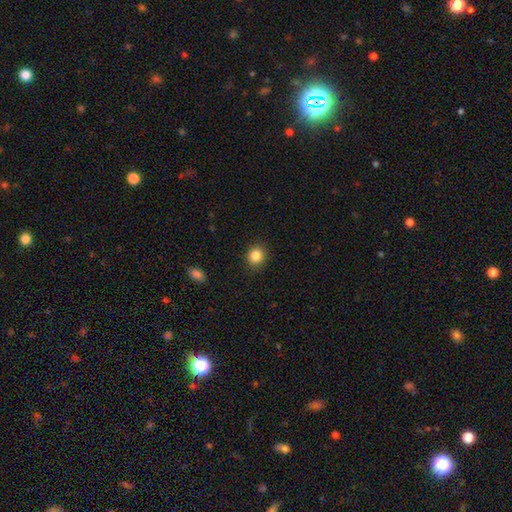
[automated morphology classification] smooth 85%, star or artifact 10%, featured or disk 4%. Down the decision tree: how rounded — round (83%); merging — none (89%).